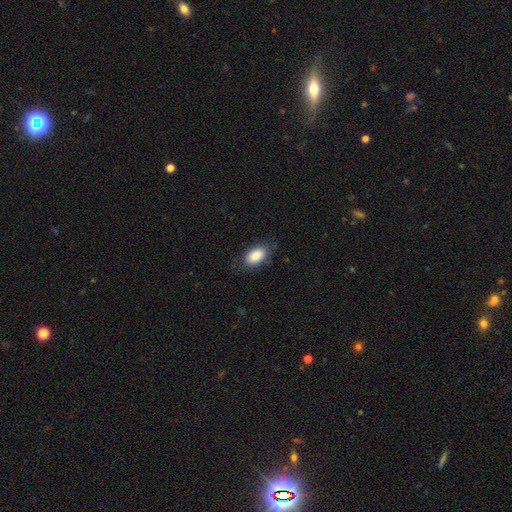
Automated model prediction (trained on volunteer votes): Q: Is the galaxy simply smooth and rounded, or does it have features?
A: smooth — 88%.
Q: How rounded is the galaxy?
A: in between — 92%.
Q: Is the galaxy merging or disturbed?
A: none — 81%.